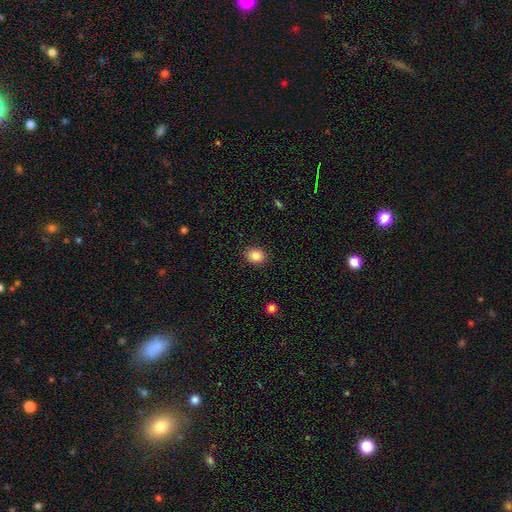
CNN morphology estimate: A smooth galaxy with no disk features (85%) that is round (57%). Merging: none (89%).